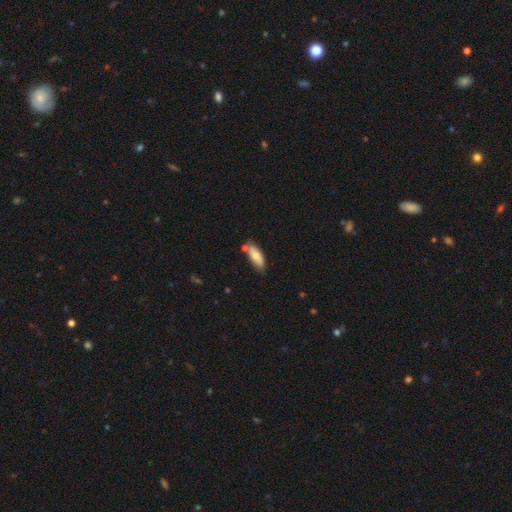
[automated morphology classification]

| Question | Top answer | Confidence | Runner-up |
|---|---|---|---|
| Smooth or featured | smooth | 74% | featured or disk (20%) |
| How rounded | in between | 69% | cigar-shaped (29%) |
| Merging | none | 70% | minor disturbance (18%) |